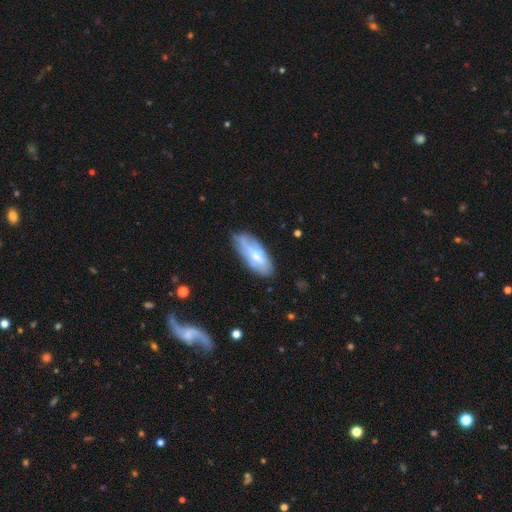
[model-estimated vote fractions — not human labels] This appears to be a smooth galaxy with no disk features (47%). Merging: none (59%).